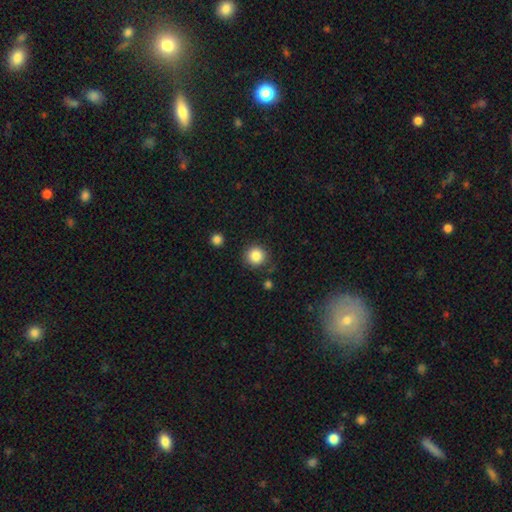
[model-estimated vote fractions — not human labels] Q: Smooth or featured?
A: smooth (85%); runner-up: star or artifact (10%)
Q: How rounded?
A: round (93%); runner-up: in between (6%)
Q: Merging?
A: none (85%); runner-up: minor disturbance (9%)